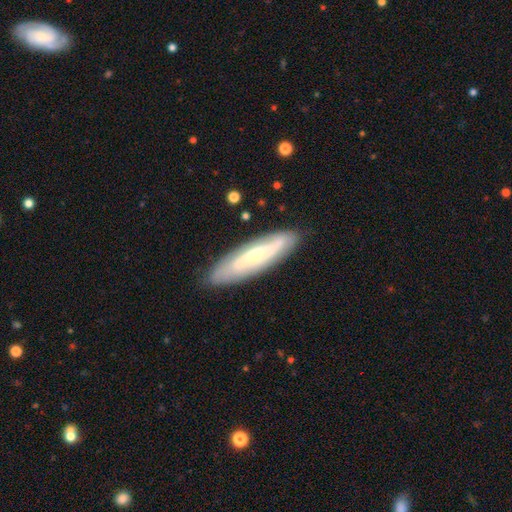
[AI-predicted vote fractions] This appears to be a featured or disk galaxy (61%). Merging: none (86%).